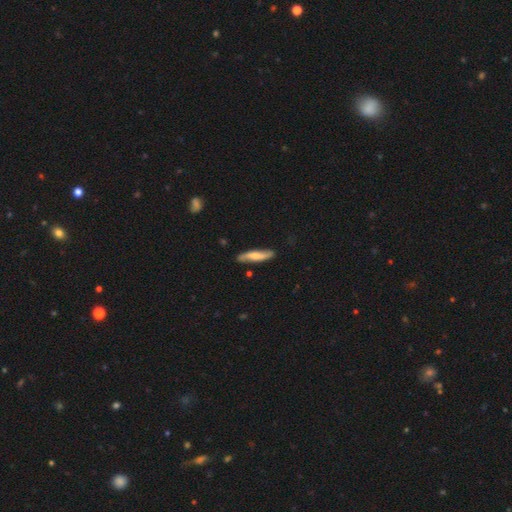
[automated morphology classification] The model was most divided on "smooth or featured": smooth: 54%, featured or disk: 41%, star or artifact: 5%. More confident: how rounded — cigar-shaped (81%); merging — none (81%).